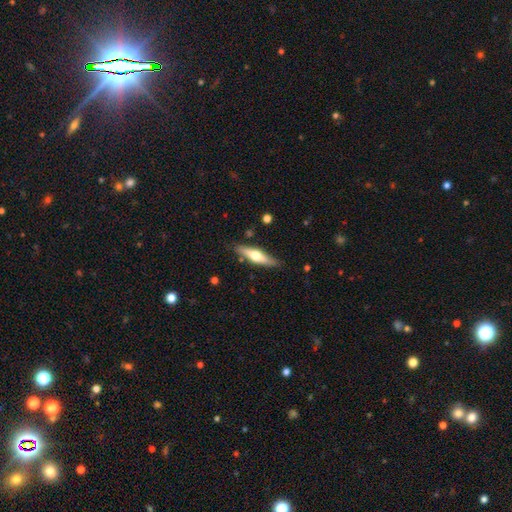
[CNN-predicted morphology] A featured or disk galaxy (51%) viewed edge-on (91%). Merging: none (85%).